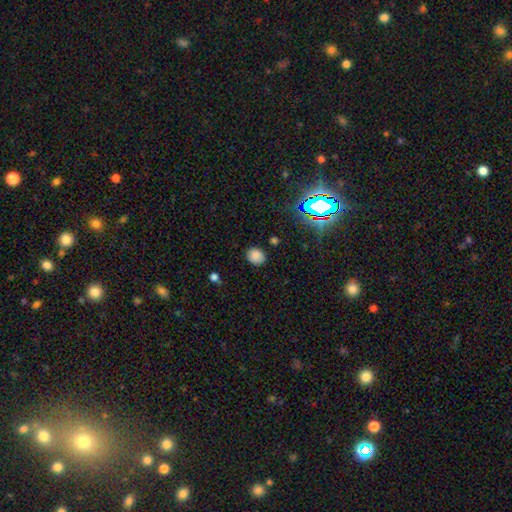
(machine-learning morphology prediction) This is likely a smooth galaxy (80%). How rounded: likely round (67%). Merging: clearly none (85%).